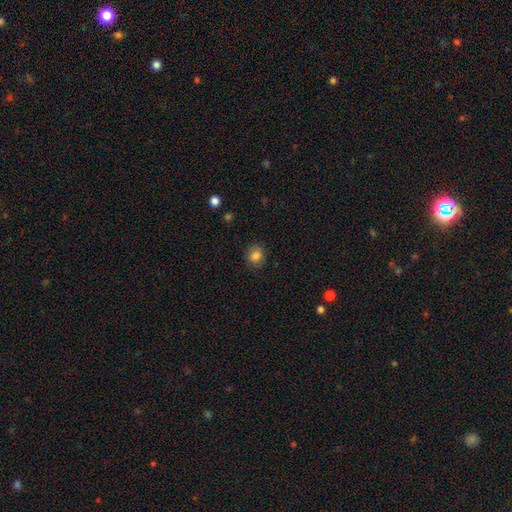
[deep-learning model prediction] A smooth galaxy with no disk features (83%) that is round (68%).

Vote fractions:
- Smooth or featured? smooth: 83% / star or artifact: 11% / featured or disk: 6%
- How rounded? round: 68% / in between: 31% / cigar-shaped: 1%
- Merging? none: 84% / minor disturbance: 11% / major disturbance: 3% / merger: 1%